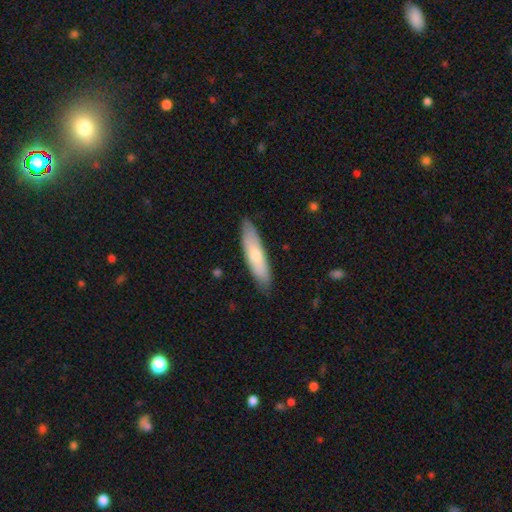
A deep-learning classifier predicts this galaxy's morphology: A smooth galaxy with no disk features (67%) that is cigar-shaped (70%).

Vote fractions:
- Smooth or featured? smooth: 67% / featured or disk: 28% / star or artifact: 5%
- How rounded? cigar-shaped: 70% / in between: 28% / round: 2%
- Merging? none: 84% / minor disturbance: 13% / major disturbance: 2% / merger: 1%